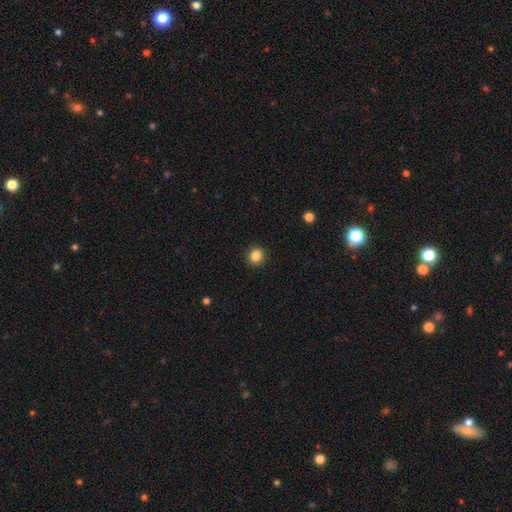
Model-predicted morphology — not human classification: type=smooth (86%); roundness=round (80%); merging=none (91%).